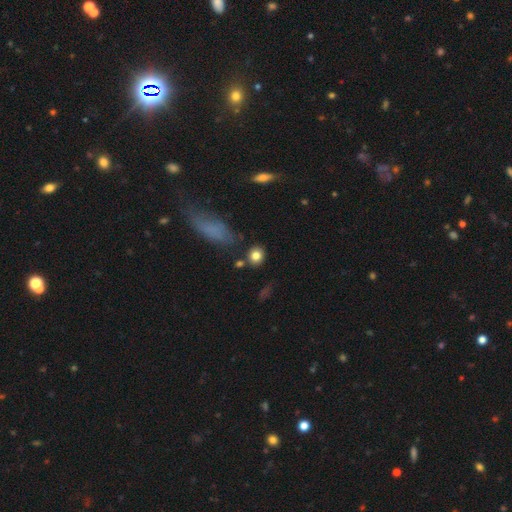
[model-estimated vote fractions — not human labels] Smooth or featured?
  - smooth: 81% *
  - star or artifact: 10%
  - featured or disk: 9%
How rounded?
  - round: 76% *
  - in between: 22%
  - cigar-shaped: 2%
Merging?
  - none: 77% *
  - minor disturbance: 11%
  - merger: 8%
  - major disturbance: 4%